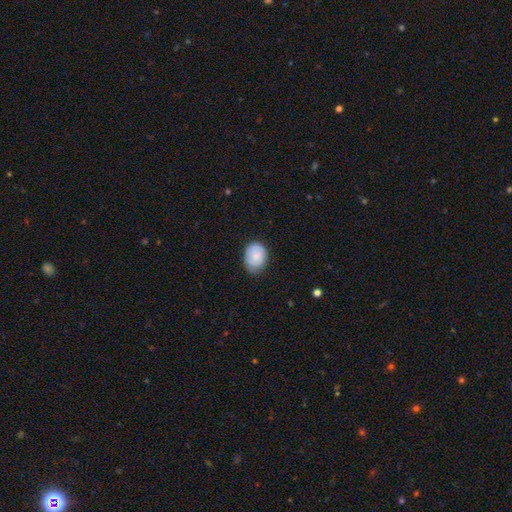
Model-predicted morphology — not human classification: Q: Smooth or featured?
A: smooth (78%); runner-up: featured or disk (15%)
Q: How rounded?
A: in between (61%); runner-up: round (38%)
Q: Merging?
A: none (68%); runner-up: minor disturbance (26%)